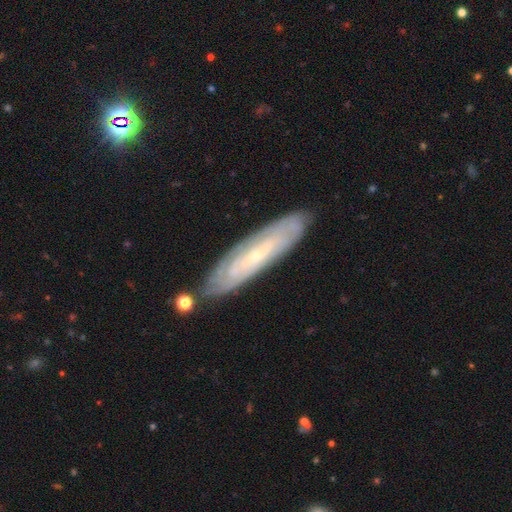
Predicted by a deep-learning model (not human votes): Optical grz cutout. It shows a featured or disk galaxy (72%). Merging: none (82%).